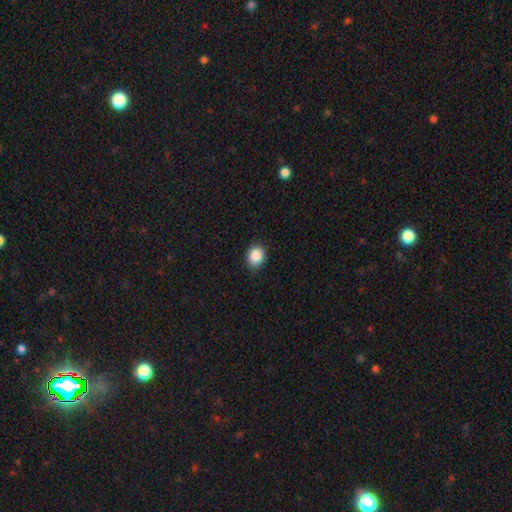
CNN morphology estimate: Smooth or featured? smooth (87%)
How rounded? round (54%)
Merging? none (84%)